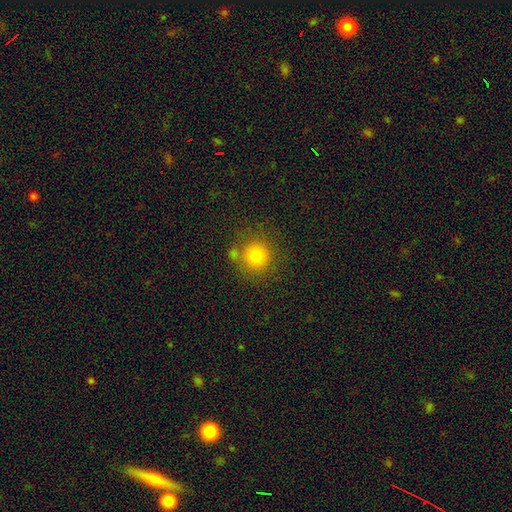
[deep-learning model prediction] Morphology: type=smooth (79%); roundness=round (91%); merging=none (76%).